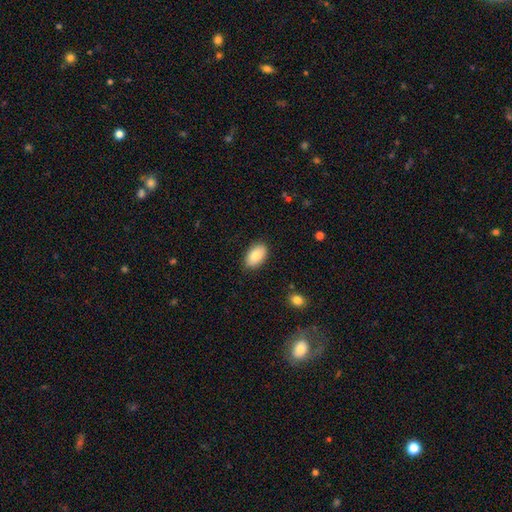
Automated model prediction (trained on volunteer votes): A smooth galaxy with no disk features (83%) that is in between round and cigar-shaped (93%).

Vote fractions:
- Smooth or featured? smooth: 83% / featured or disk: 10% / star or artifact: 7%
- How rounded? in between: 93% / round: 6% / cigar-shaped: 1%
- Merging? none: 87% / minor disturbance: 10% / major disturbance: 2% / merger: 1%